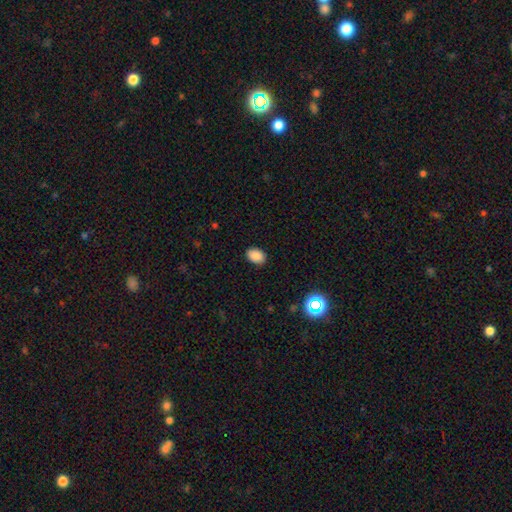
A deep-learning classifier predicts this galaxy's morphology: smooth 88%, star or artifact 9%, featured or disk 3%. Down the decision tree: how rounded — in between (79%); merging — none (87%).